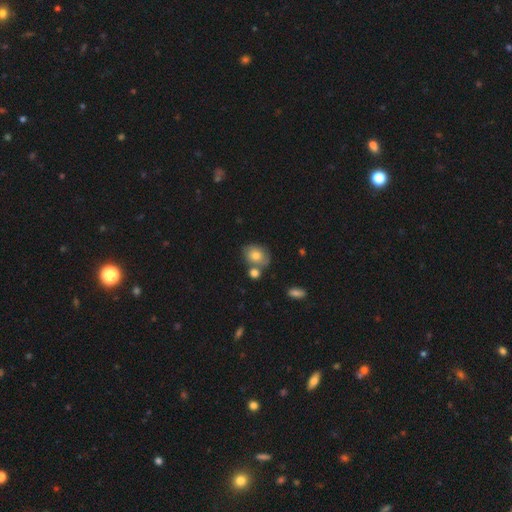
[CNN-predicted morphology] Overall: smooth (72%). How rounded: round (52%; in between 47%). Merging: none (56%; merger 23%).